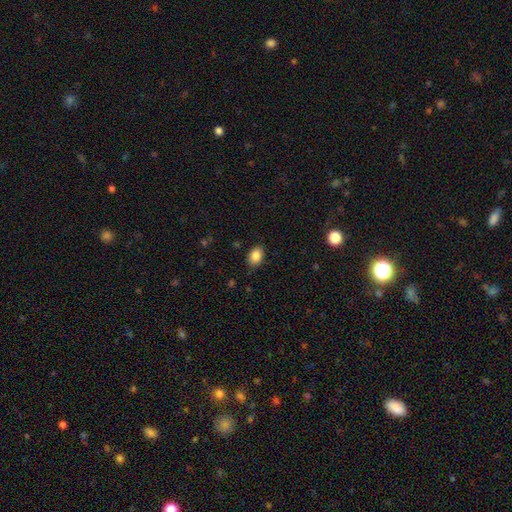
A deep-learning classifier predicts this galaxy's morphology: Overall: smooth (86%). How rounded: in between (78%). Merging: none (86%).